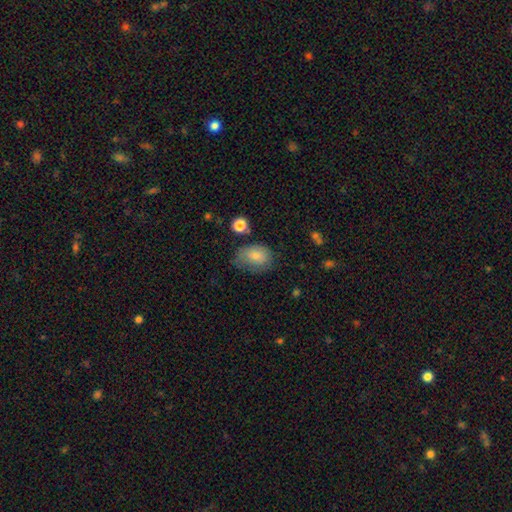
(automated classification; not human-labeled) Q: Smooth or featured?
A: smooth (78%); runner-up: featured or disk (14%)
Q: How rounded?
A: in between (76%); runner-up: round (23%)
Q: Merging?
A: none (45%); runner-up: minor disturbance (34%)